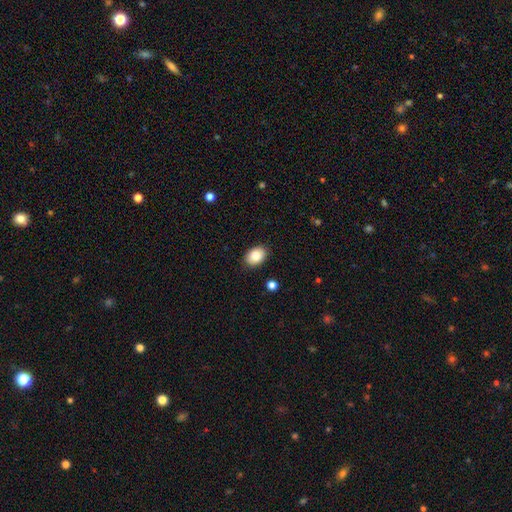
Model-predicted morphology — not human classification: Smooth or featured? Predicted: smooth (p=0.84). How rounded? Predicted: in between (p=0.83). Merging? Predicted: none (p=0.89).